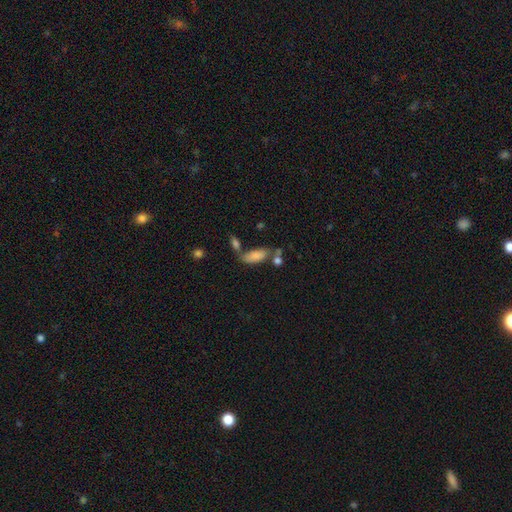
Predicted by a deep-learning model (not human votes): Smooth or featured? smooth (83%)
How rounded? in between (79%)
Merging? none (55%)